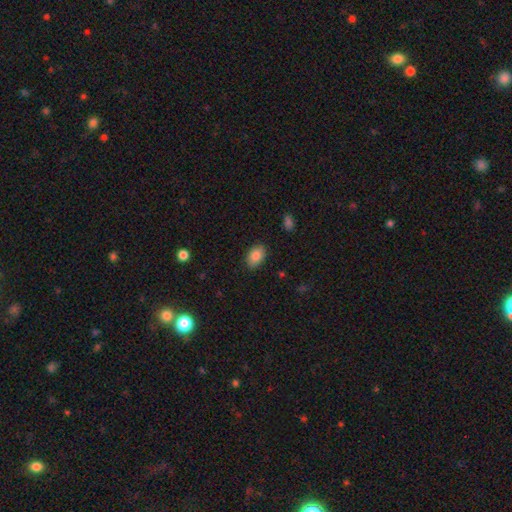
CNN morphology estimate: The model was most divided on "merging": none: 87%, minor disturbance: 9%, major disturbance: 2%, merger: 1%. More confident: how rounded — in between (89%); smooth or featured — smooth (86%).